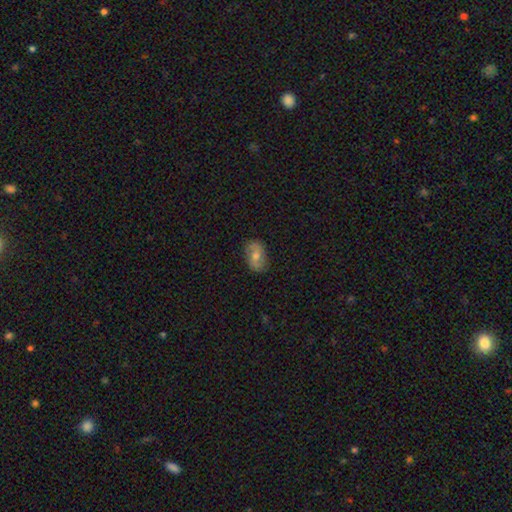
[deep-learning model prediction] A smooth galaxy with no disk features (49%).

Vote fractions:
- Smooth or featured? smooth: 49% / featured or disk: 40% / star or artifact: 11%
- Merging? none: 84% / minor disturbance: 13% / major disturbance: 3% / merger: 1%